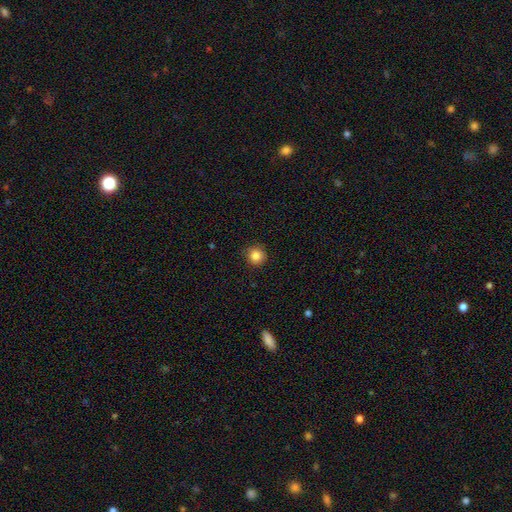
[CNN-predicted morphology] Q: Smooth or featured?
A: smooth (85%); runner-up: star or artifact (10%)
Q: How rounded?
A: round (94%); runner-up: in between (5%)
Q: Merging?
A: none (89%); runner-up: minor disturbance (8%)